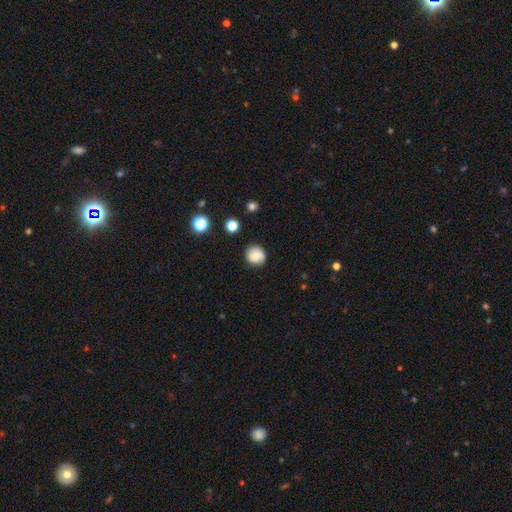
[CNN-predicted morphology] A smooth galaxy with no disk features (81%) that is round (89%).

Vote fractions:
- Smooth or featured? smooth: 81% / star or artifact: 10% / featured or disk: 9%
- How rounded? round: 89% / in between: 10% / cigar-shaped: 1%
- Merging? none: 84% / minor disturbance: 12% / major disturbance: 3% / merger: 1%